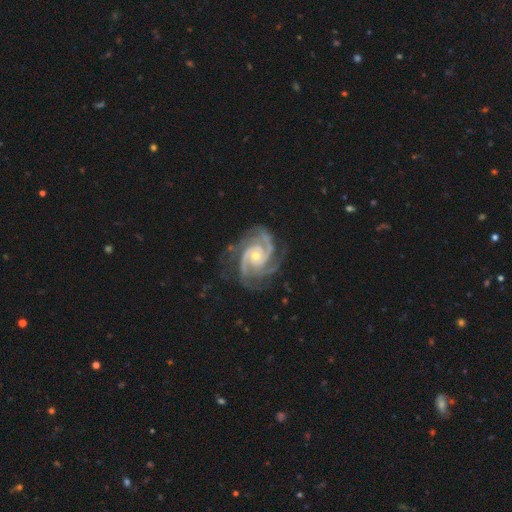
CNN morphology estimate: Q: Smooth or featured?
A: featured or disk (94%); runner-up: star or artifact (4%)
Q: Edge-on disk?
A: no (98%); runner-up: yes (2%)
Q: Bar?
A: no (72%); runner-up: weak (21%)
Q: Spiral arms?
A: yes (99%); runner-up: no (1%)
Q: Spiral winding?
A: tight (59%); runner-up: medium (37%)
Q: Spiral arm count?
A: 3 (52%); runner-up: 2 (18%)
Q: Bulge size?
A: small (55%); runner-up: moderate (42%)
Q: Merging?
A: none (73%); runner-up: minor disturbance (18%)